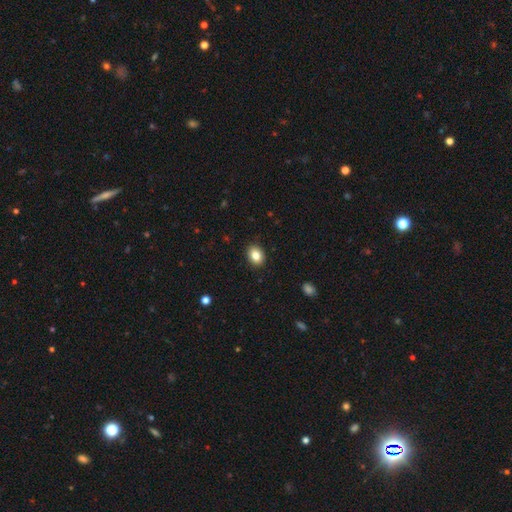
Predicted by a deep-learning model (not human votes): smooth_or_featured: smooth (p=0.84) [alt: star or artifact p=0.09]
how_rounded: in between (p=0.66) [alt: round p=0.33]
merging: none (p=0.91) [alt: minor disturbance p=0.07]